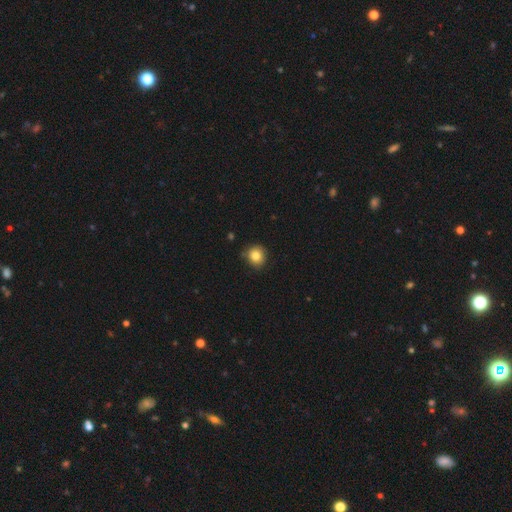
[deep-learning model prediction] Smooth or featured?
  - smooth: 83% *
  - star or artifact: 10%
  - featured or disk: 6%
How rounded?
  - round: 86% *
  - in between: 13%
  - cigar-shaped: 1%
Merging?
  - none: 82% *
  - minor disturbance: 13%
  - major disturbance: 2%
  - merger: 2%